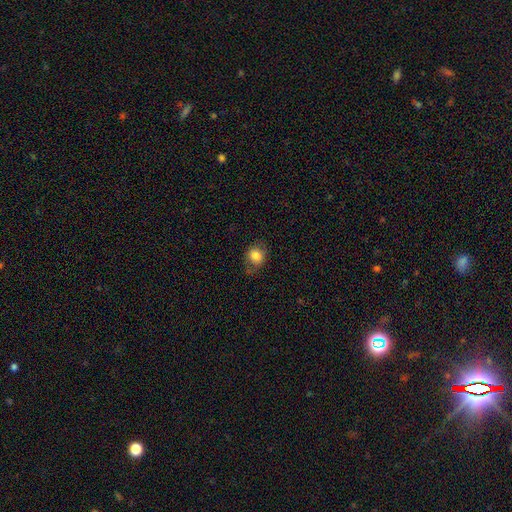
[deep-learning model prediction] Smooth or featured? Predicted: smooth (p=0.81). How rounded? Predicted: round (p=0.60). Merging? Predicted: none (p=0.68).